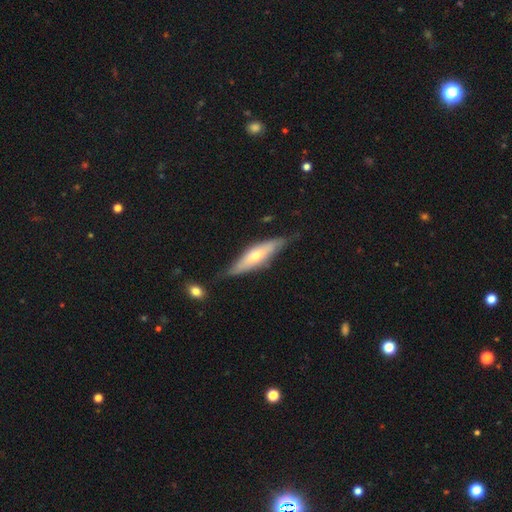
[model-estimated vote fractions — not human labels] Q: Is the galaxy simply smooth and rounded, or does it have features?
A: featured or disk — 51%.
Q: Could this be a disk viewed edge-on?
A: yes — 72%.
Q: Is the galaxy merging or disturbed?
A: none — 70%.